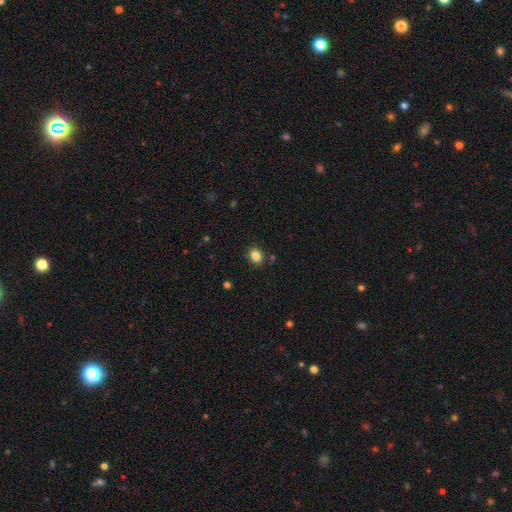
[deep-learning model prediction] smooth-or-featured: smooth: 84% | star or artifact: 10% | featured or disk: 5%
  how-rounded: in between: 54% | round: 45% | cigar-shaped: 1%
  merging: none: 84% | minor disturbance: 10% | merger: 3% | major disturbance: 3%